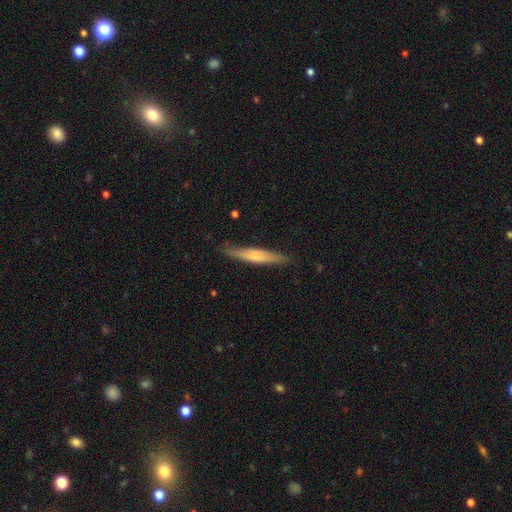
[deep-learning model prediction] This appears to be a smooth galaxy with no disk features (53%) that is cigar-shaped (91%). Merging: none (83%).